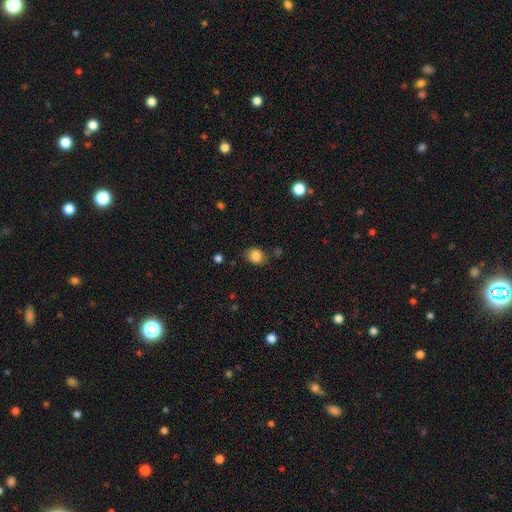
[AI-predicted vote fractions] Q: Smooth or featured?
A: smooth (84%); runner-up: star or artifact (10%)
Q: How rounded?
A: round (53%); runner-up: in between (46%)
Q: Merging?
A: none (78%); runner-up: minor disturbance (15%)